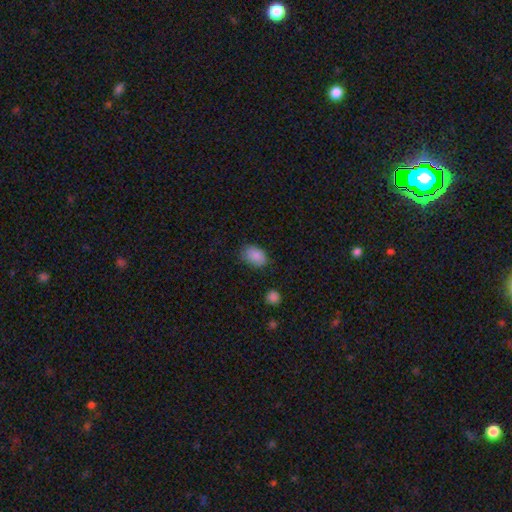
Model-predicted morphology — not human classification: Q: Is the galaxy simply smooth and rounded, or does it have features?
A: smooth — 84%.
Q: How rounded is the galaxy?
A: in between — 79%.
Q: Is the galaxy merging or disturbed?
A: none — 68%.